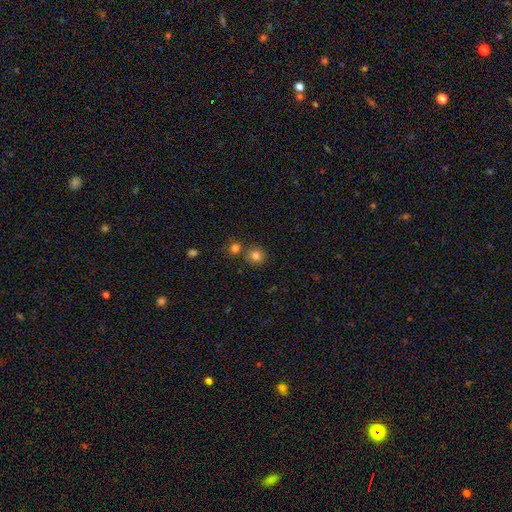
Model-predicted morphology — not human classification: A smooth galaxy with no disk features (80%) that is round (90%).

Vote fractions:
- Smooth or featured? smooth: 80% / star or artifact: 13% / featured or disk: 7%
- How rounded? round: 90% / in between: 9% / cigar-shaped: 1%
- Merging? none: 72% / merger: 18% / minor disturbance: 8% / major disturbance: 2%